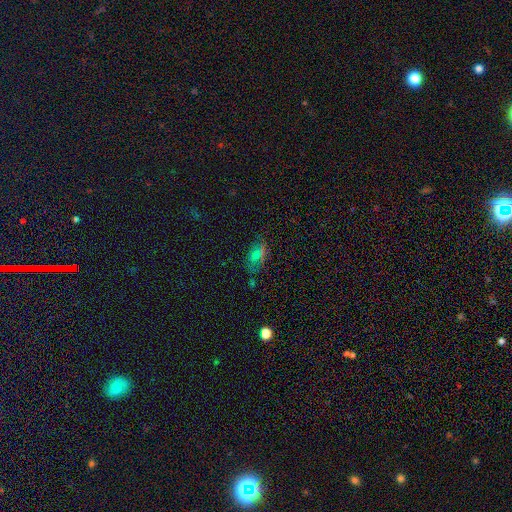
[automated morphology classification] Smooth or featured: smooth — 50% (star or artifact — 37%)
How rounded: in between — 85% (round — 11%)
Merging: none — 70% (minor disturbance — 19%)